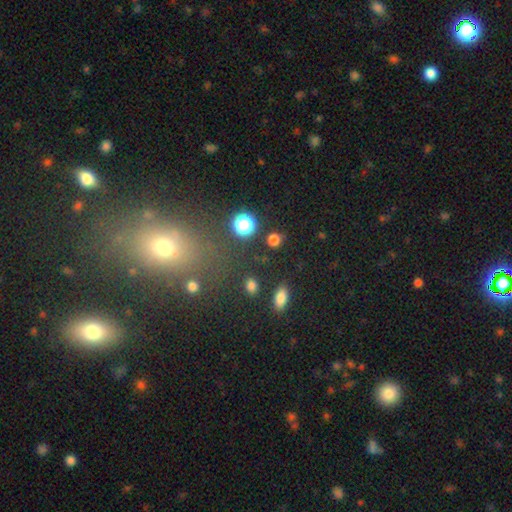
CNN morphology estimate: Smooth or featured? smooth (53%)
How rounded? in between (56%)
Merging? none (77%)